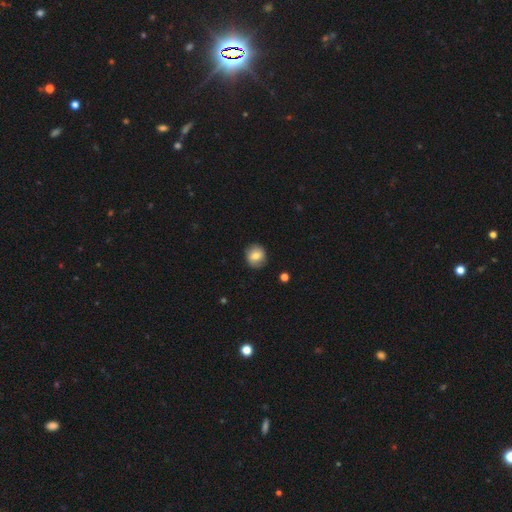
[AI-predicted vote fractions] smooth-or-featured: smooth: 77% | featured or disk: 14% | star or artifact: 9%
  how-rounded: round: 85% | in between: 14% | cigar-shaped: 1%
  merging: none: 88% | minor disturbance: 9% | major disturbance: 2% | merger: 1%